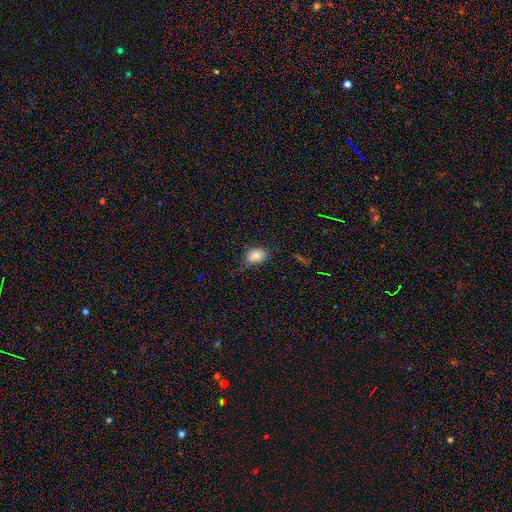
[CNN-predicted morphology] type=smooth (82%); roundness=in between (69%); merging=none (61%).